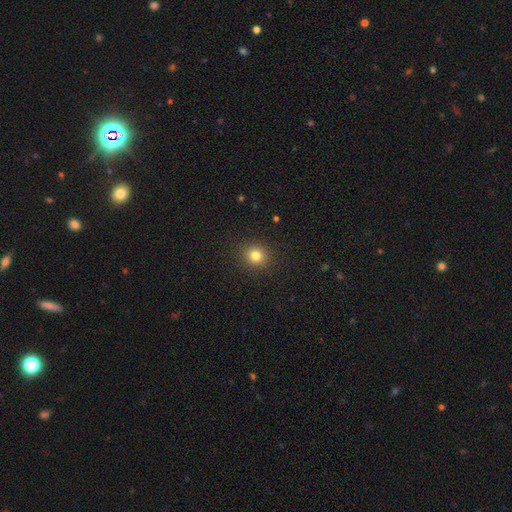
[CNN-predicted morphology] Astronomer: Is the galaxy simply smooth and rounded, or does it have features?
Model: smooth — 81%.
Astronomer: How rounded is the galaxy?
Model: round — 88%.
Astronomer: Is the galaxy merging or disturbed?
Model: none — 91%.